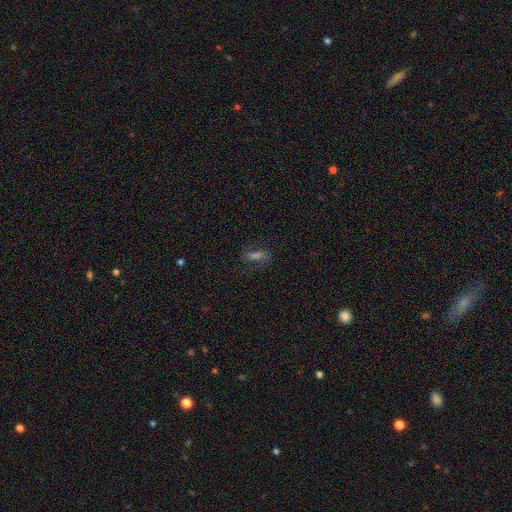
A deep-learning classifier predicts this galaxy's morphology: The model was most divided on "smooth or featured": featured or disk: 41%, smooth: 37%, star or artifact: 22%. More confident: merging — none (73%).